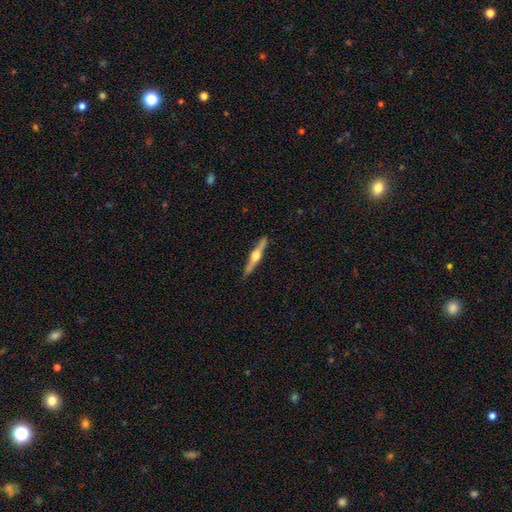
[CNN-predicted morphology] Smooth or featured? Predicted: featured or disk (p=0.76). Edge-on disk? Predicted: yes (p=0.98). Edge-on bulge? Predicted: rounded (p=0.95). Merging? Predicted: none (p=0.90).